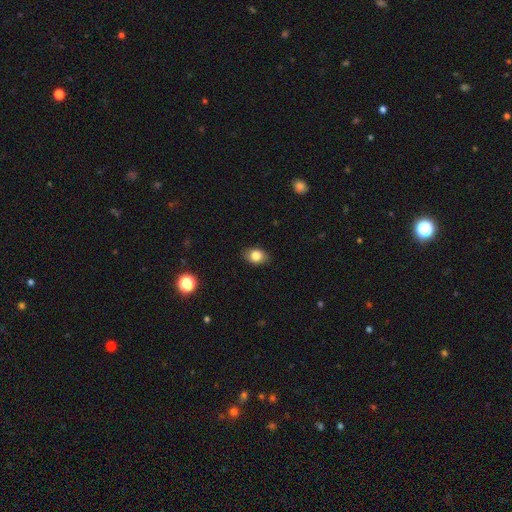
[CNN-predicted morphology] smooth-or-featured: smooth: 82% | star or artifact: 10% | featured or disk: 8%
  how-rounded: in between: 70% | round: 28% | cigar-shaped: 1%
  merging: none: 86% | minor disturbance: 11% | major disturbance: 2% | merger: 1%